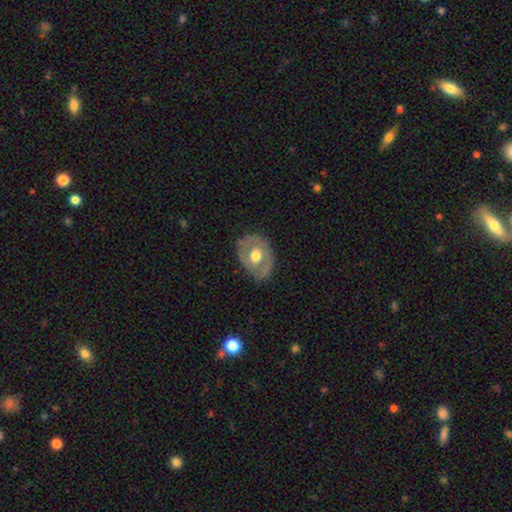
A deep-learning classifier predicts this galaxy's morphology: The model was most divided on "smooth or featured": featured or disk: 53%, smooth: 42%, star or artifact: 5%. More confident: edge-on disk — no (92%); merging — none (75%).